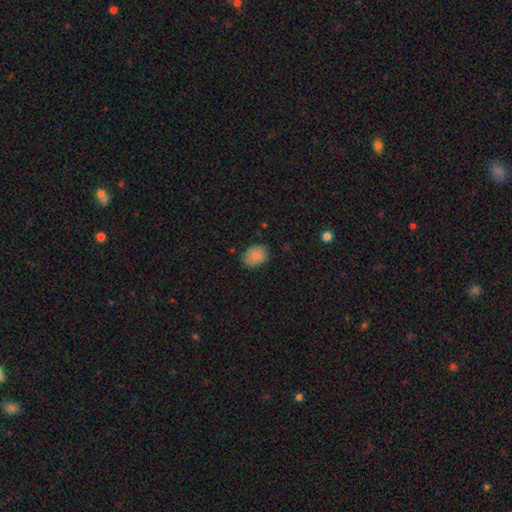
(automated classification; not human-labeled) Smooth or featured? Predicted: smooth (p=0.85). How rounded? Predicted: in between (p=0.56). Merging? Predicted: none (p=0.81).